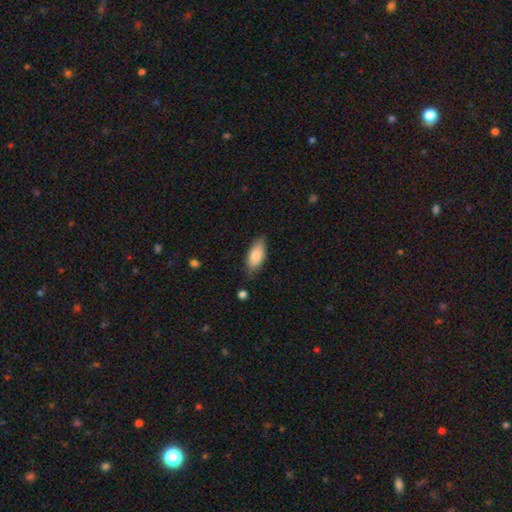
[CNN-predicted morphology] Smooth or featured? smooth (83%)
How rounded? in between (84%)
Merging? none (79%)